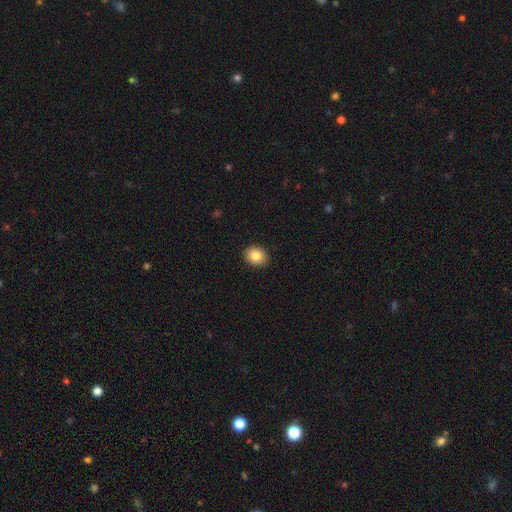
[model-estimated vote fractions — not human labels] This is clearly a smooth galaxy (85%). How rounded: likely round (63%). Merging: clearly none (90%).